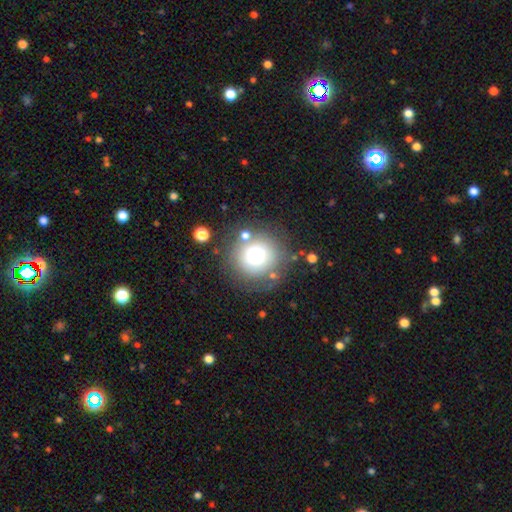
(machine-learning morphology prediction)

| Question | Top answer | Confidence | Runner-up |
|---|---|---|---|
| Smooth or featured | smooth | 67% | featured or disk (23%) |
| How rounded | round | 93% | in between (6%) |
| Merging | none | 74% | minor disturbance (13%) |